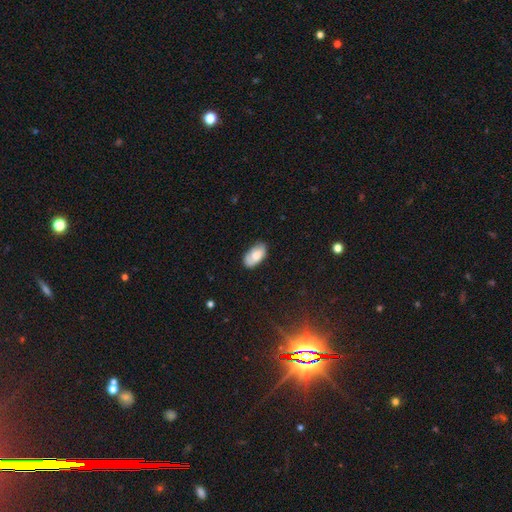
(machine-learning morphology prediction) This appears to be a smooth galaxy with no disk features (75%) that is in between round and cigar-shaped (95%). Merging: none (71%).